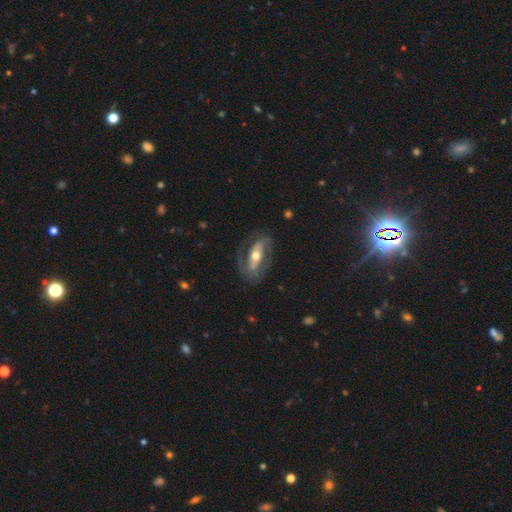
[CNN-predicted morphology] A featured or disk galaxy (77%) with a strong bar (52%), 2 (82%) medium (44%) spiral arms (76%) and a moderate central bulge (71%). Merging: none (72%).